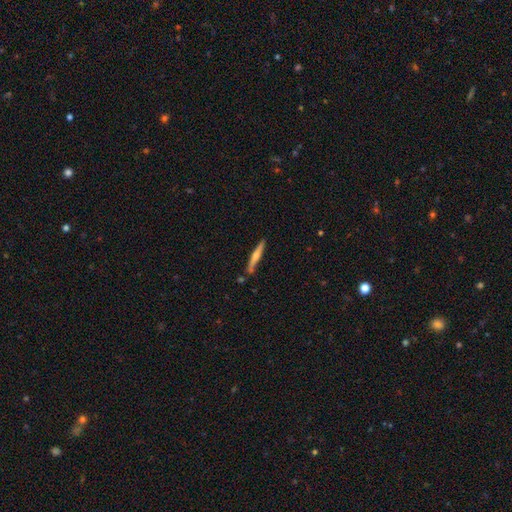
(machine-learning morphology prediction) smooth_or_featured: featured or disk (p=0.60) [alt: smooth p=0.34]
disk_edge_on: yes (p=0.97) [alt: no p=0.03]
edge_on_bulge: rounded (p=0.81) [alt: none p=0.14]
merging: none (p=0.84) [alt: minor disturbance p=0.10]